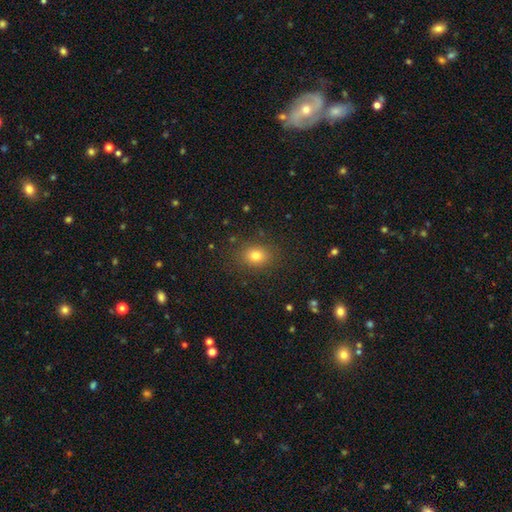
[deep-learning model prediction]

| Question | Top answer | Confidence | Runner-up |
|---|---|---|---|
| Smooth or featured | smooth | 79% | star or artifact (13%) |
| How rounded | in between | 54% | round (45%) |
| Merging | none | 85% | minor disturbance (10%) |